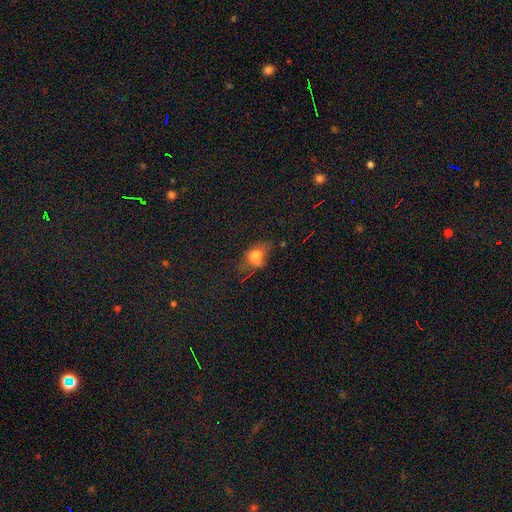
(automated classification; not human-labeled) A smooth galaxy with no disk features (71%) that is in between round and cigar-shaped (63%).

Vote fractions:
- Smooth or featured? smooth: 71% / featured or disk: 16% / star or artifact: 14%
- How rounded? in between: 63% / round: 35% / cigar-shaped: 2%
- Merging? none: 32% / major disturbance: 31% / minor disturbance: 31% / merger: 6%